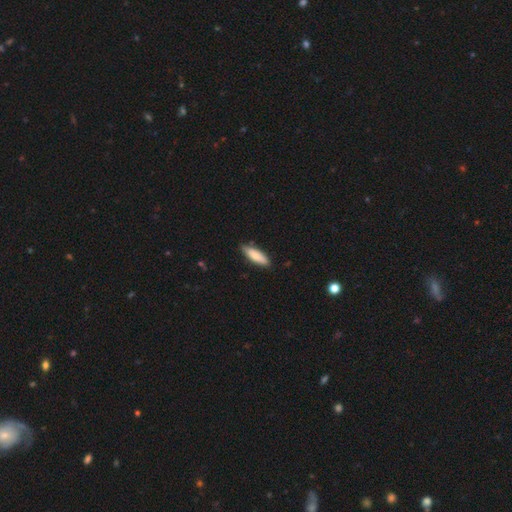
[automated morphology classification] Q: Smooth or featured?
A: smooth (80%); runner-up: featured or disk (14%)
Q: How rounded?
A: cigar-shaped (52%); runner-up: in between (46%)
Q: Merging?
A: none (82%); runner-up: minor disturbance (14%)